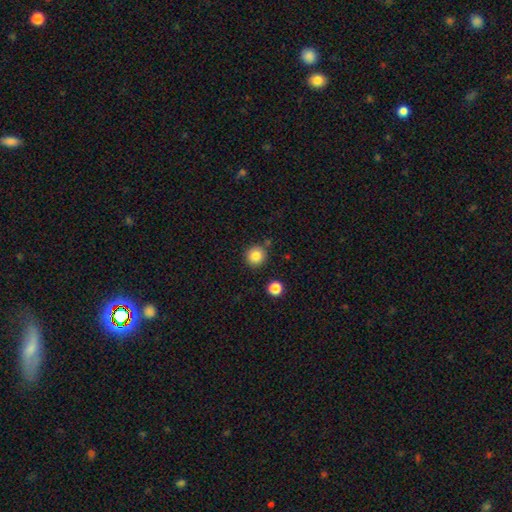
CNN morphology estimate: Smooth or featured? Predicted: smooth (p=0.85). How rounded? Predicted: round (p=0.93). Merging? Predicted: none (p=0.85).